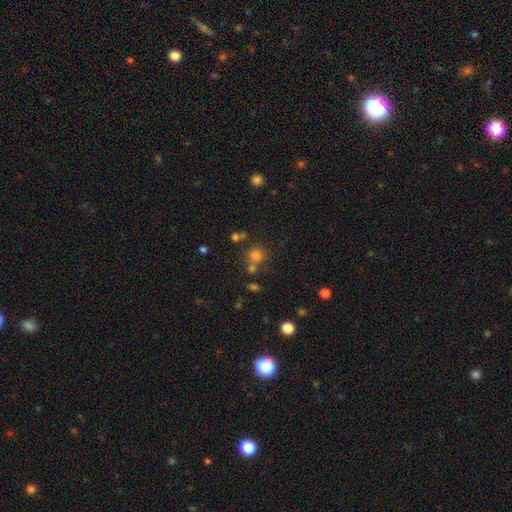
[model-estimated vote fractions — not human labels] smooth_or_featured: smooth (p=0.73) [alt: star or artifact p=0.19]
how_rounded: round (p=0.87) [alt: in between p=0.12]
merging: none (p=0.63) [alt: merger p=0.23]